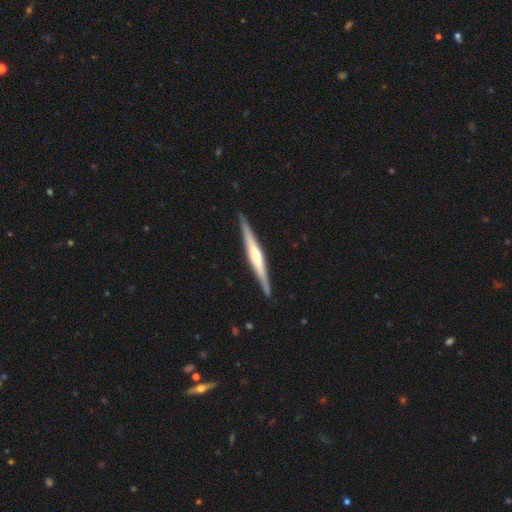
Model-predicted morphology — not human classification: Smooth or featured? Predicted: featured or disk (p=0.72). Edge-on disk? Predicted: yes (p=0.97). Edge-on bulge? Predicted: rounded (p=0.65). Merging? Predicted: none (p=0.90).